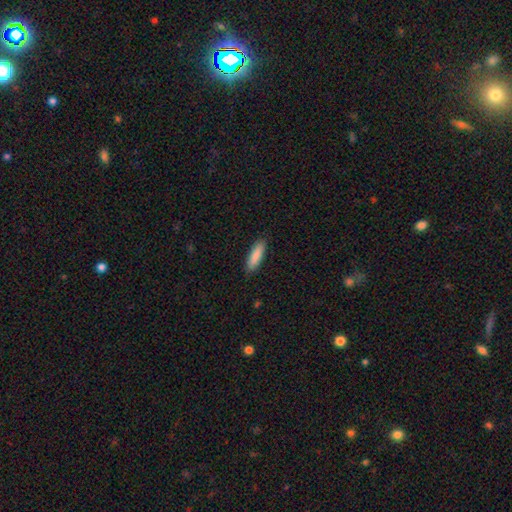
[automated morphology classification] Smooth or featured? smooth (87%)
How rounded? cigar-shaped (65%)
Merging? none (88%)